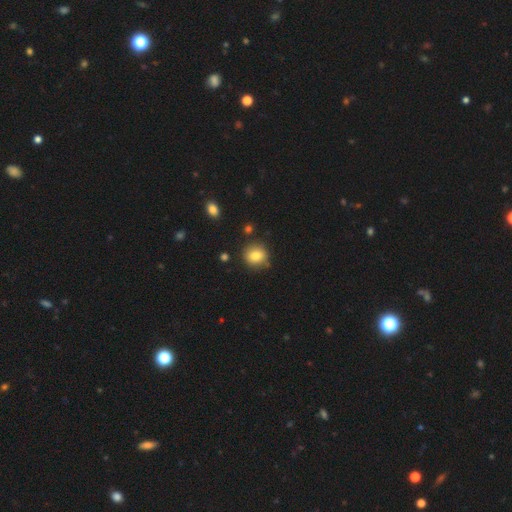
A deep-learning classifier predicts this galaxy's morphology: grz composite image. It shows a smooth galaxy with no disk features (82%) that is round (81%). Merging: none (82%).